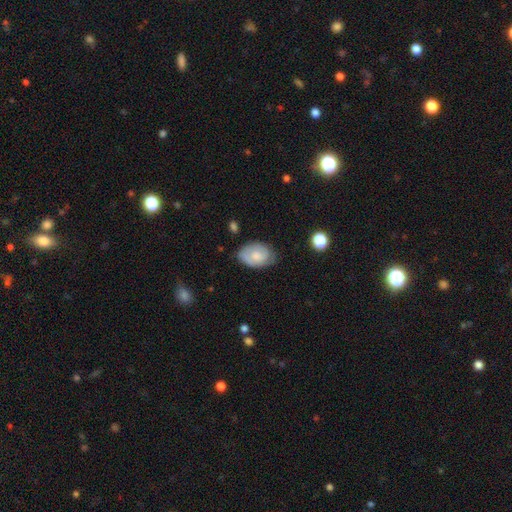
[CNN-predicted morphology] Smooth or featured? Predicted: smooth (p=0.59). How rounded? Predicted: in between (p=0.83). Merging? Predicted: none (p=0.66).